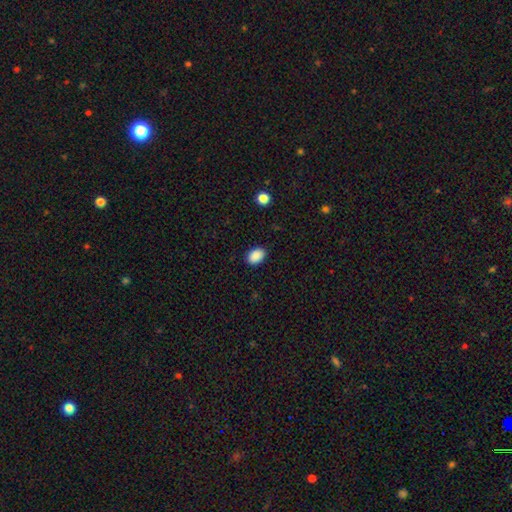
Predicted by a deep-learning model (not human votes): A smooth galaxy with no disk features (90%) that is in between round and cigar-shaped (86%).

Vote fractions:
- Smooth or featured? smooth: 90% / star or artifact: 8% / featured or disk: 3%
- How rounded? in between: 86% / round: 12% / cigar-shaped: 1%
- Merging? none: 89% / minor disturbance: 8% / major disturbance: 2% / merger: 1%